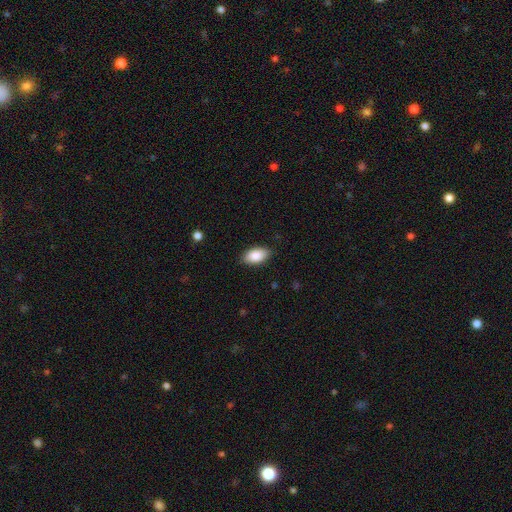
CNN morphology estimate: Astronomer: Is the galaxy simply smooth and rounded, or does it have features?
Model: smooth — 87%.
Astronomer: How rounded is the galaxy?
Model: in between — 93%.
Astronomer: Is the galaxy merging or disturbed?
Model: none — 86%.